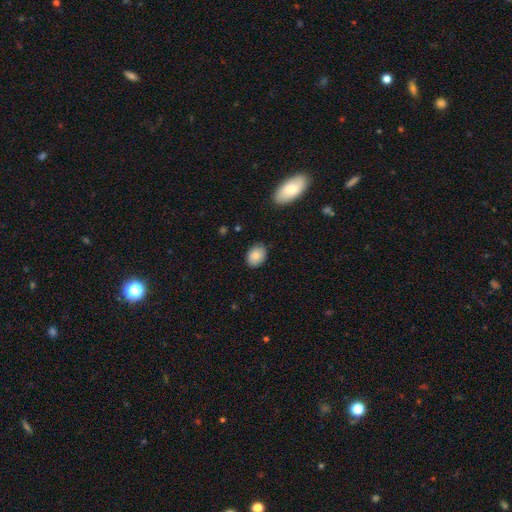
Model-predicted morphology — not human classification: A smooth galaxy with no disk features (83%) that is in between round and cigar-shaped (71%). Merging: none (85%).